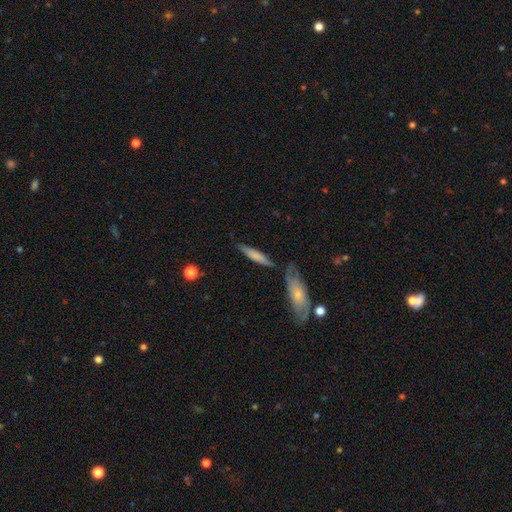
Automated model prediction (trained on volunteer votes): Smooth or featured? smooth (69%)
How rounded? cigar-shaped (83%)
Merging? none (72%)